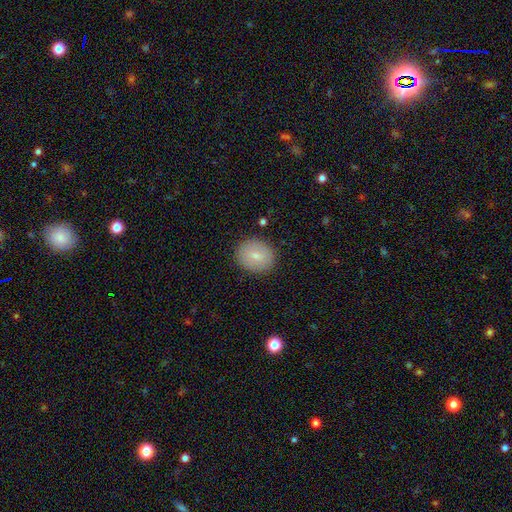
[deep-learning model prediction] Smooth or featured? Predicted: smooth (p=0.73). How rounded? Predicted: round (p=0.64). Merging? Predicted: none (p=0.87).